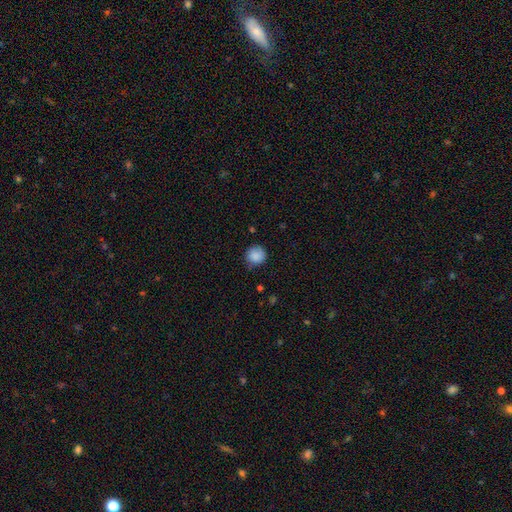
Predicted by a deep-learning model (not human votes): This is clearly a smooth galaxy (86%). How rounded: clearly round (91%). Merging: likely none (73%).